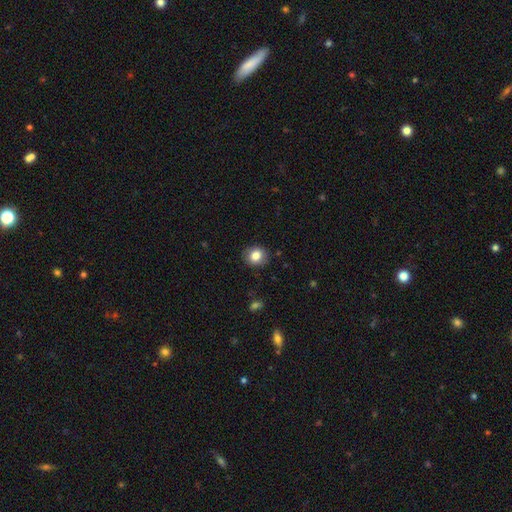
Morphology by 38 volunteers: Q: Smooth or featured?
A: smooth (76%); runner-up: featured or disk (16%)
Q: How rounded?
A: round (66%); runner-up: in between (34%)
Q: Merging?
A: none (86%); runner-up: minor disturbance (6%)